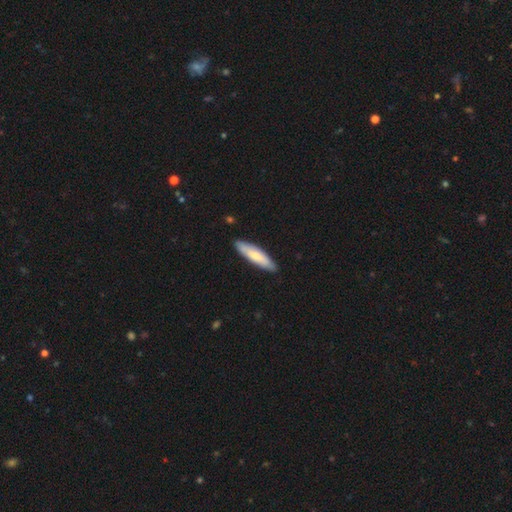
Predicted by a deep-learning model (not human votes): A smooth galaxy with no disk features (69%) that is cigar-shaped (71%). Merging: none (88%).